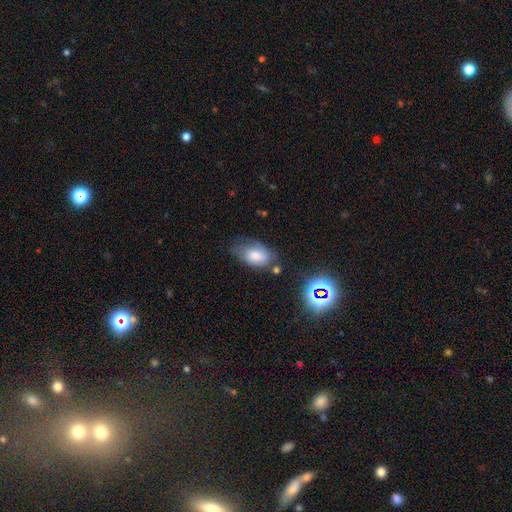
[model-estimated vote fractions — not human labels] smooth_or_featured: smooth (p=0.67) [alt: featured or disk p=0.21]
how_rounded: in between (p=0.90) [alt: round p=0.08]
merging: none (p=0.49) [alt: minor disturbance p=0.32]